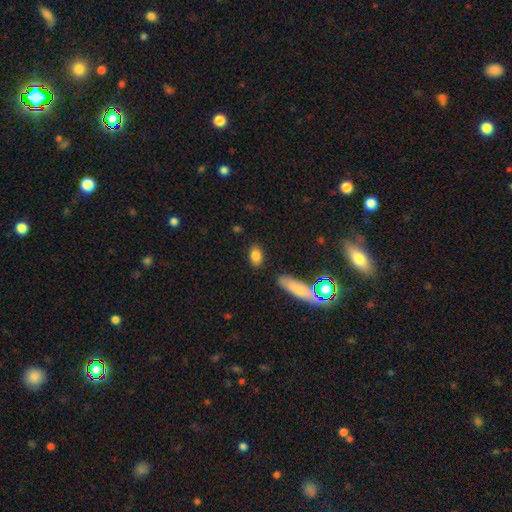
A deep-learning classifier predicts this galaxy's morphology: Smooth or featured: smooth — 83% (star or artifact — 9%)
How rounded: in between — 85% (round — 10%)
Merging: none — 84% (minor disturbance — 10%)